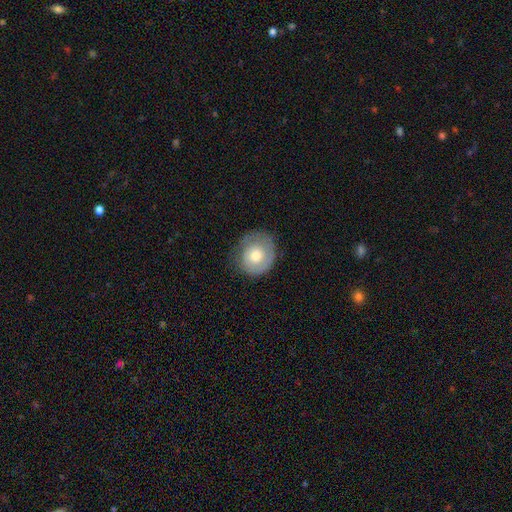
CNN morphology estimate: smooth 60%, featured or disk 33%, star or artifact 7%. Down the decision tree: how rounded — round (74%); merging — none (65%).